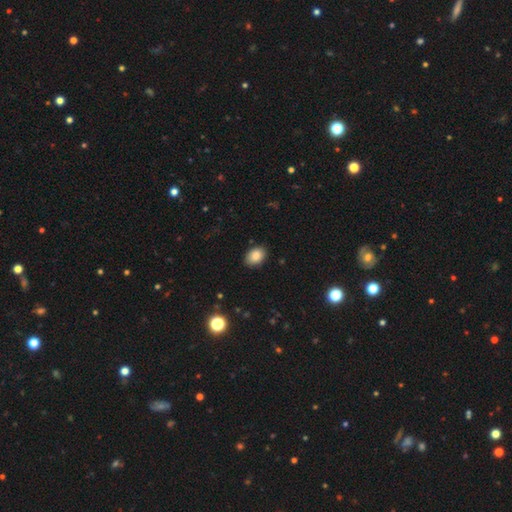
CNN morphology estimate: A smooth galaxy with no disk features (87%) that is in between round and cigar-shaped (77%).

Vote fractions:
- Smooth or featured? smooth: 87% / star or artifact: 9% / featured or disk: 5%
- How rounded? in between: 77% / round: 22% / cigar-shaped: 1%
- Merging? none: 86% / minor disturbance: 11% / major disturbance: 2% / merger: 1%